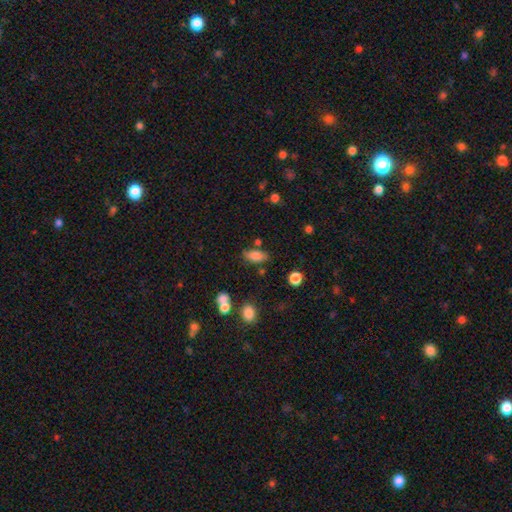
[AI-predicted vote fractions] Smooth or featured? Predicted: smooth (p=0.79). How rounded? Predicted: in between (p=0.85). Merging? Predicted: none (p=0.70).